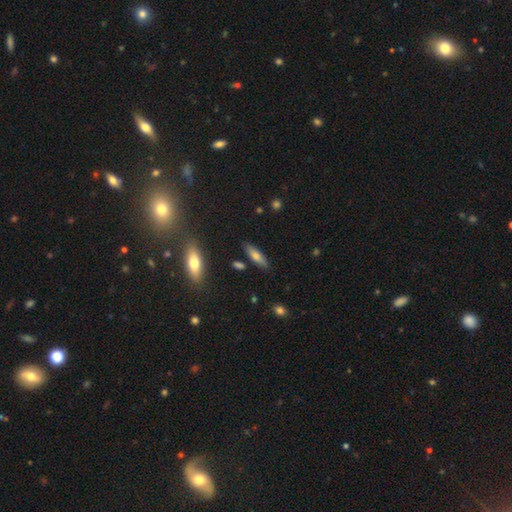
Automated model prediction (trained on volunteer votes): A smooth galaxy with no disk features (67%) that is cigar-shaped (54%).

Vote fractions:
- Smooth or featured? smooth: 67% / featured or disk: 26% / star or artifact: 7%
- How rounded? cigar-shaped: 54% / in between: 43% / round: 2%
- Merging? none: 85% / minor disturbance: 10% / merger: 3% / major disturbance: 2%